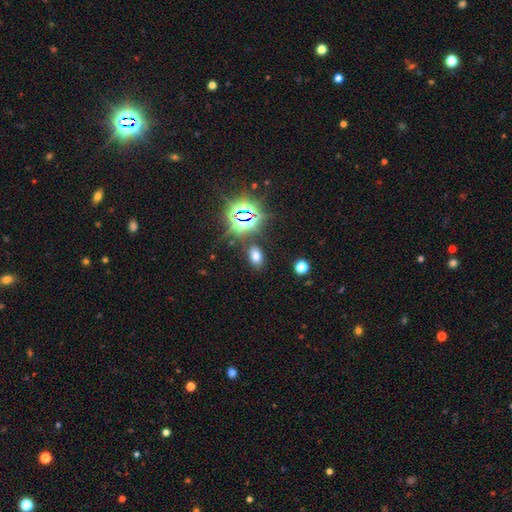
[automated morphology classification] Smooth or featured? Predicted: smooth (p=0.62). How rounded? Predicted: in between (p=0.87). Merging? Predicted: none (p=0.85).